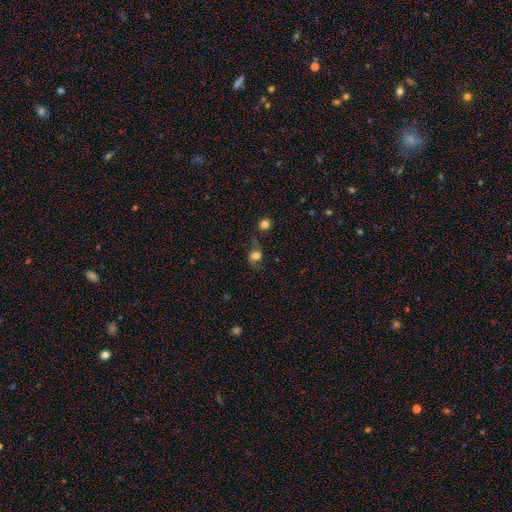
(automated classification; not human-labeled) Smooth or featured?
  - smooth: 50% *
  - featured or disk: 38%
  - star or artifact: 12%
How rounded?
  - in between: 55% *
  - round: 42%
  - cigar-shaped: 3%
Merging?
  - none: 52% *
  - minor disturbance: 23%
  - major disturbance: 18%
  - merger: 7%